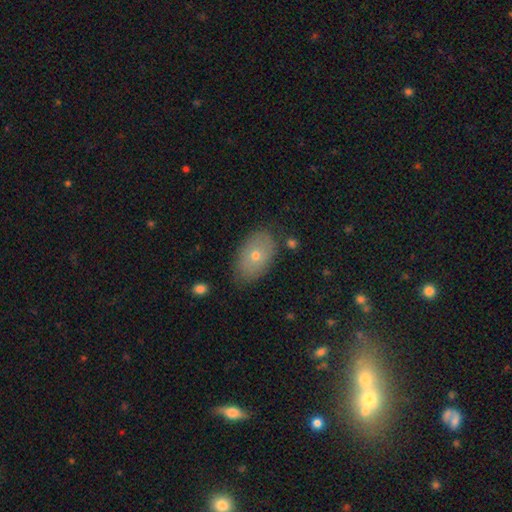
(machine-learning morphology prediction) Smooth or featured: smooth — 65% (featured or disk — 26%)
How rounded: in between — 88% (round — 10%)
Merging: none — 78% (minor disturbance — 16%)